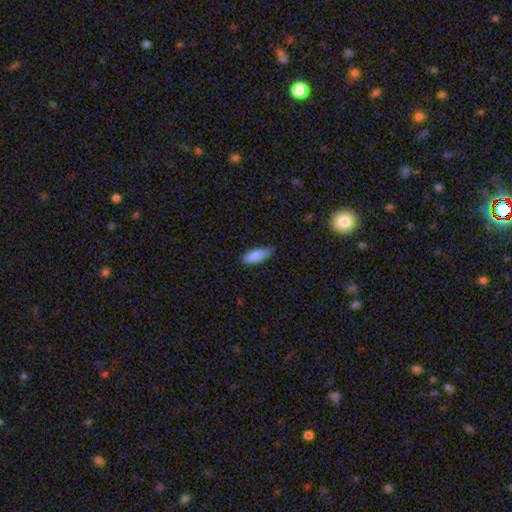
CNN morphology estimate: A smooth galaxy with no disk features (86%) that is in between round and cigar-shaped (54%). Merging: none (64%).